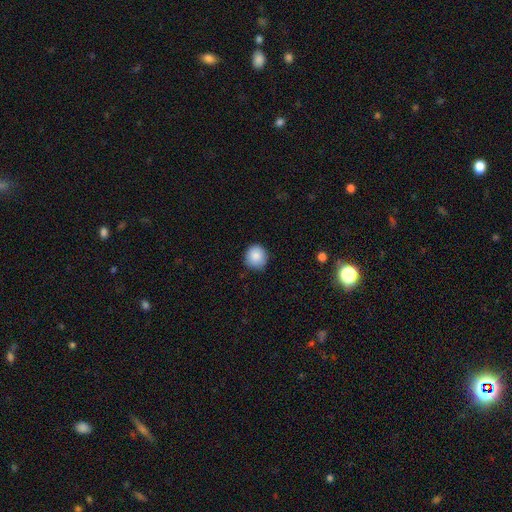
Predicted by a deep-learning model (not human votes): The model was most divided on "merging": none: 84%, minor disturbance: 13%, major disturbance: 2%, merger: 1%. More confident: how rounded — round (91%); smooth or featured — smooth (88%).